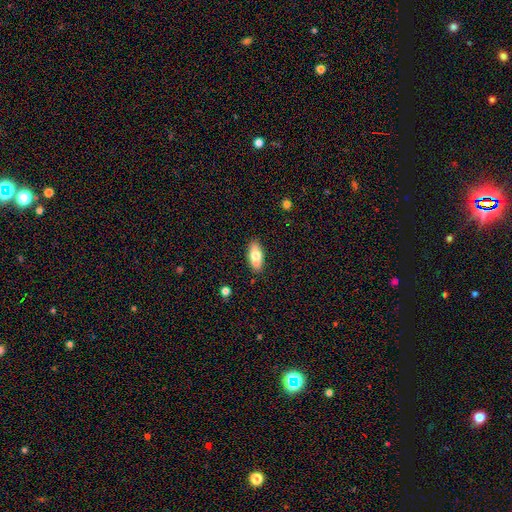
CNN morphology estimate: type=smooth (71%); roundness=in between (82%); merging=none (86%).